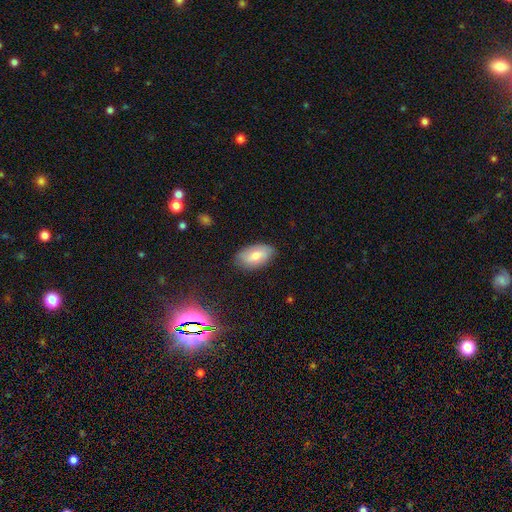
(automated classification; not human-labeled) Smooth or featured: smooth — 69% (featured or disk — 23%)
How rounded: in between — 94% (round — 4%)
Merging: none — 81% (minor disturbance — 15%)